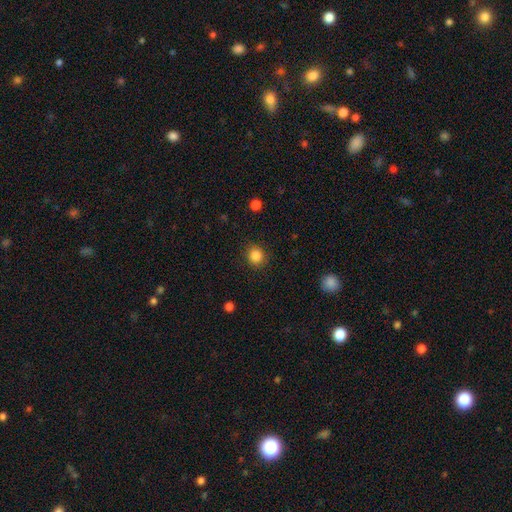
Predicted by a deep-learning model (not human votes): Overall: smooth (86%). How rounded: round (85%). Merging: none (88%).